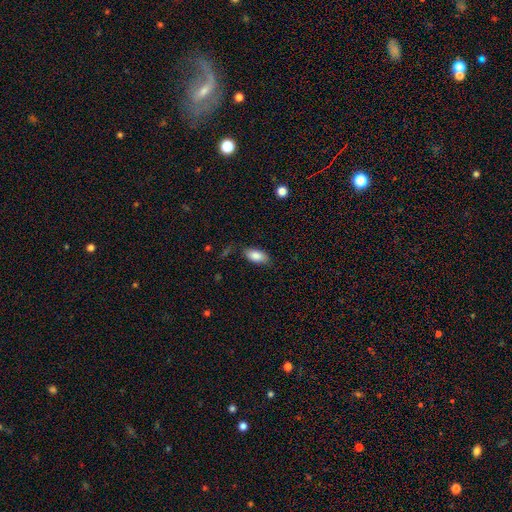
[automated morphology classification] Smooth or featured? smooth (86%)
How rounded? in between (90%)
Merging? none (79%)